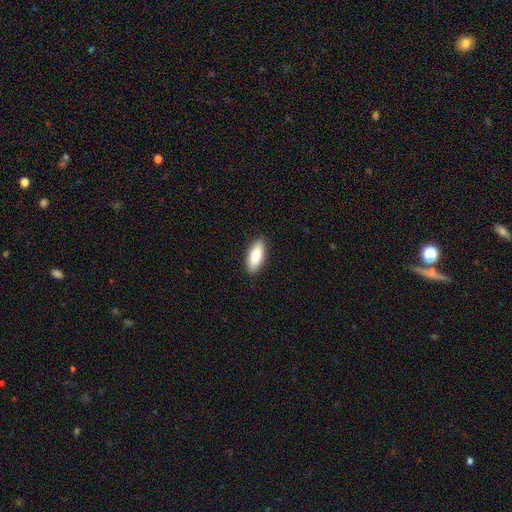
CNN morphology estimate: Smooth or featured: smooth — 80% (featured or disk — 14%)
How rounded: in between — 73% (cigar-shaped — 25%)
Merging: none — 89% (minor disturbance — 8%)